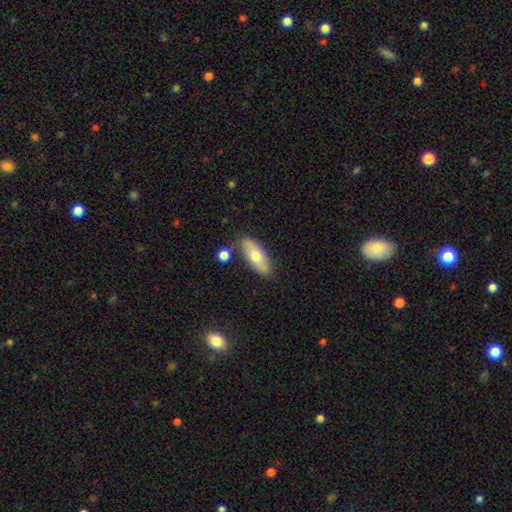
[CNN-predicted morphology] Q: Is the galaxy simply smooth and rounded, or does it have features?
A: smooth — 65%.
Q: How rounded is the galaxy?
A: in between — 70%.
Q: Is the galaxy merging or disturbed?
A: none — 76%.